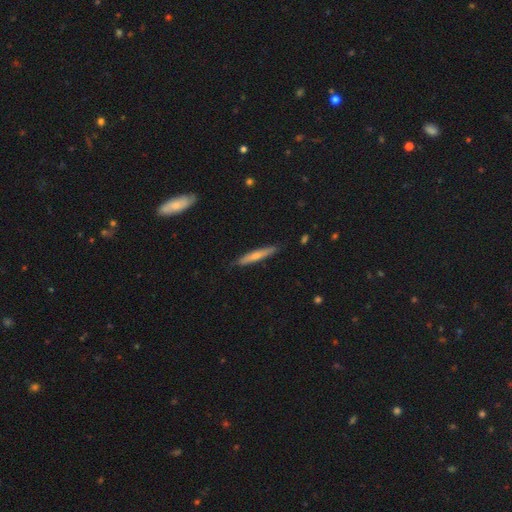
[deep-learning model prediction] Smooth or featured? Predicted: smooth (p=0.61). How rounded? Predicted: cigar-shaped (p=0.94). Merging? Predicted: none (p=0.85).